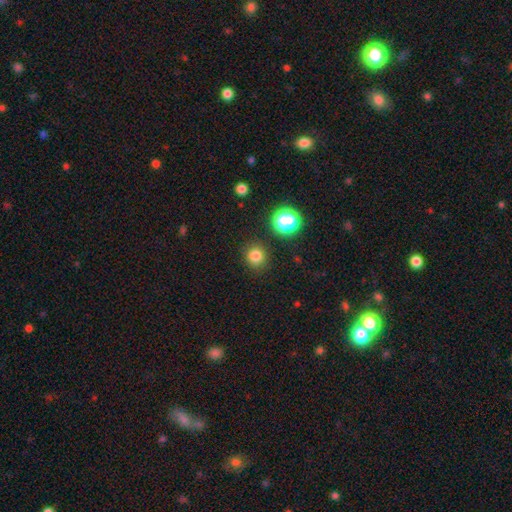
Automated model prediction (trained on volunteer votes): Q: Smooth or featured?
A: smooth (80%); runner-up: star or artifact (15%)
Q: How rounded?
A: round (90%); runner-up: in between (10%)
Q: Merging?
A: none (88%); runner-up: minor disturbance (7%)